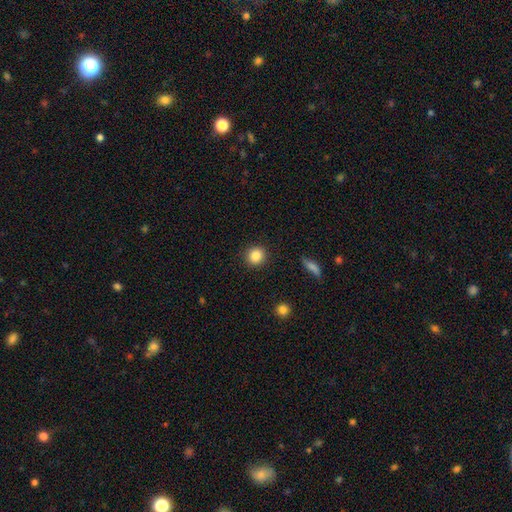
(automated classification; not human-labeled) Q: Smooth or featured?
A: smooth (86%); runner-up: star or artifact (10%)
Q: How rounded?
A: round (89%); runner-up: in between (10%)
Q: Merging?
A: none (91%); runner-up: minor disturbance (6%)